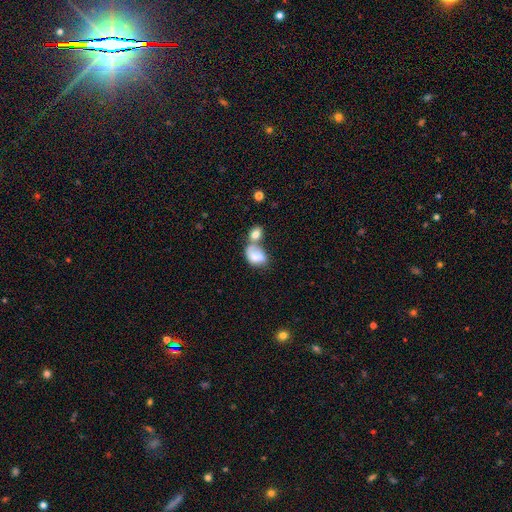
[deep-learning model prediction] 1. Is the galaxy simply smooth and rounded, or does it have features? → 71% smooth, 21% featured or disk, 8% star or artifact.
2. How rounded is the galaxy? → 81% in between, 18% round, 2% cigar-shaped.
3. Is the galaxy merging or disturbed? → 63% merger, 15% none, 11% minor disturbance, 10% major disturbance.